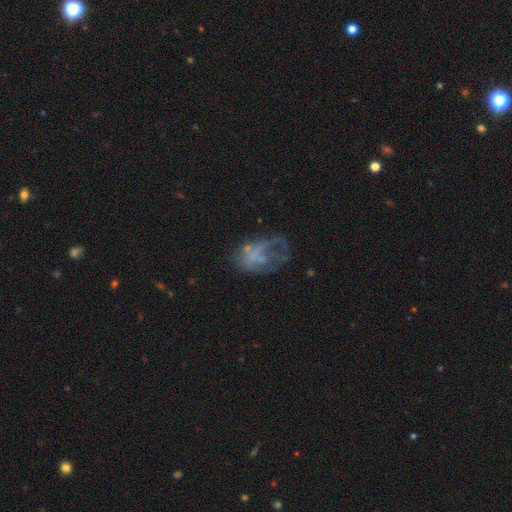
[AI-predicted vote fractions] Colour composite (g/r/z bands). It shows a featured or disk galaxy (55%) with no bar (84%), no spiral arms (74%) and no central bulge (72%). Merging: major disturbance (44%).